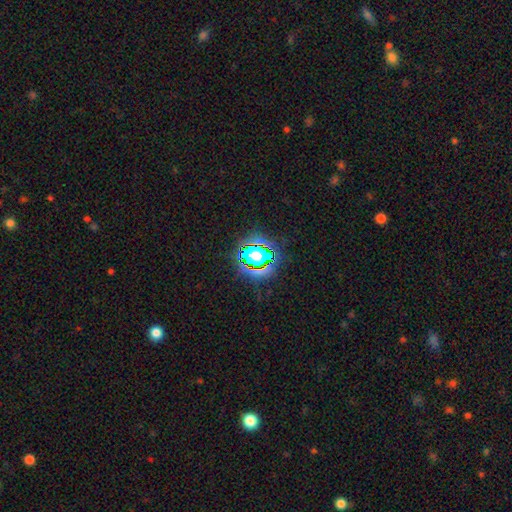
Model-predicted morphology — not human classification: star or artifact 55%, smooth 32%, featured or disk 13%.